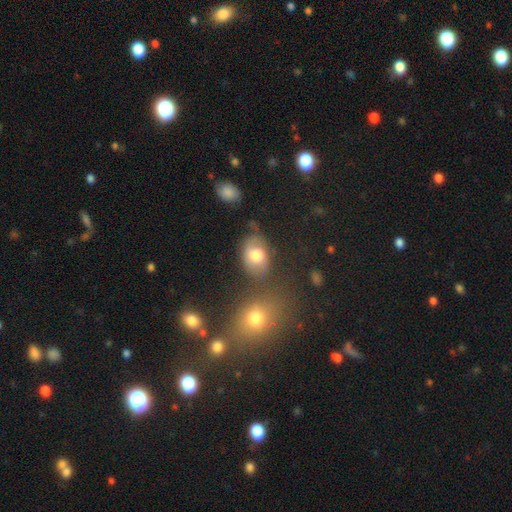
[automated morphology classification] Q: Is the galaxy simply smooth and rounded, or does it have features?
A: smooth — 62%.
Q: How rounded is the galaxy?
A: in between — 75%.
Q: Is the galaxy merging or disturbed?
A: none — 52%.